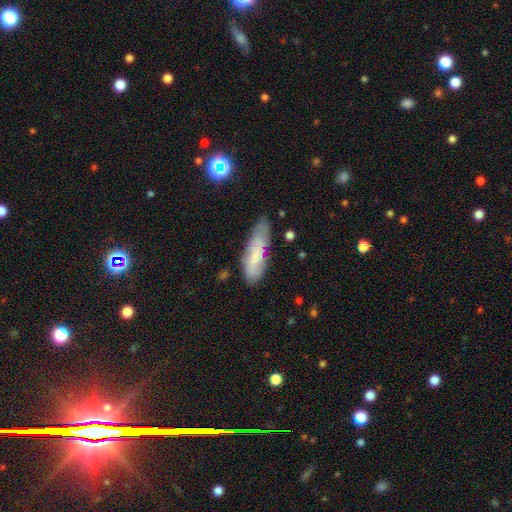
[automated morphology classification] type=smooth (61%); roundness=cigar-shaped (51%); merging=none (53%).